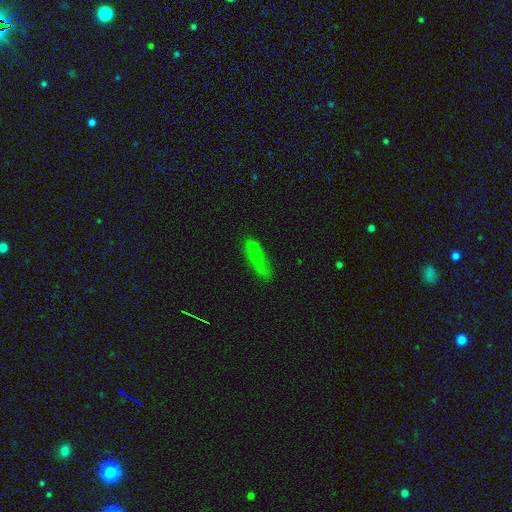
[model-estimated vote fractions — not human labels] Smooth or featured? smooth (69%)
How rounded? cigar-shaped (54%)
Merging? none (75%)